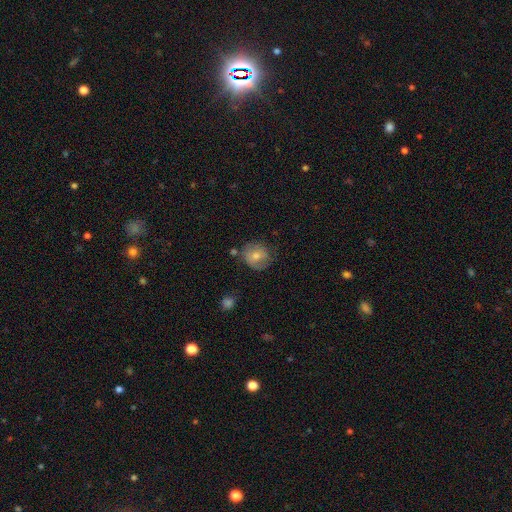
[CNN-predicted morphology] A smooth galaxy with no disk features (48%).

Vote fractions:
- Smooth or featured? smooth: 48% / featured or disk: 40% / star or artifact: 12%
- Merging? none: 72% / minor disturbance: 19% / major disturbance: 6% / merger: 3%